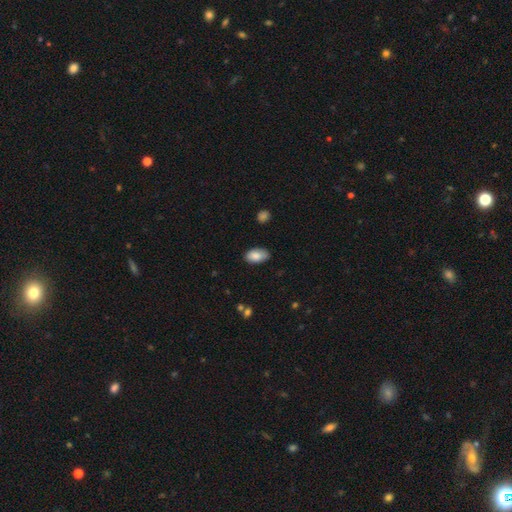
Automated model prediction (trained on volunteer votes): Smooth or featured? smooth (85%)
How rounded? in between (94%)
Merging? none (74%)